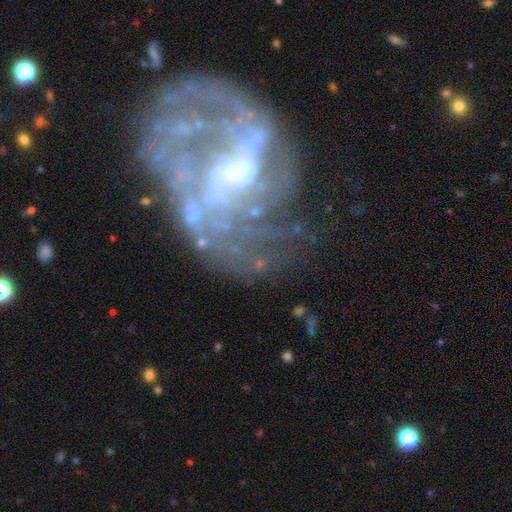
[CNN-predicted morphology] smooth_or_featured: featured or disk (p=0.84) [alt: star or artifact p=0.09]
disk_edge_on: no (p=0.98) [alt: yes p=0.02]
bar: weak (p=0.44) [alt: no p=0.34]
has_spiral_arms: yes (p=0.80) [alt: no p=0.20]
spiral_winding: medium (p=0.39) [alt: loose p=0.37]
spiral_arm_count: 2 (p=0.33) [tied with: can't tell p=0.33]
bulge_size: small (p=0.45) [alt: none p=0.27]
merging: none (p=0.48) [alt: major disturbance p=0.30]